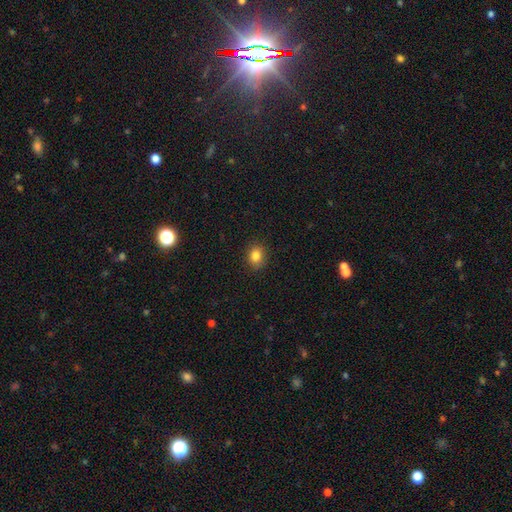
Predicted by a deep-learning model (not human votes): smooth_or_featured: smooth (p=0.83) [alt: star or artifact p=0.11]
how_rounded: round (p=0.55) [alt: in between p=0.44]
merging: none (p=0.89) [alt: minor disturbance p=0.08]